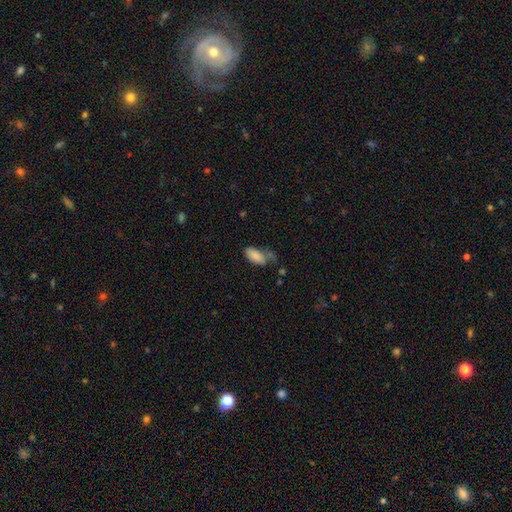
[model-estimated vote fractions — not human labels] Smooth or featured? smooth (85%)
How rounded? in between (91%)
Merging? none (45%)